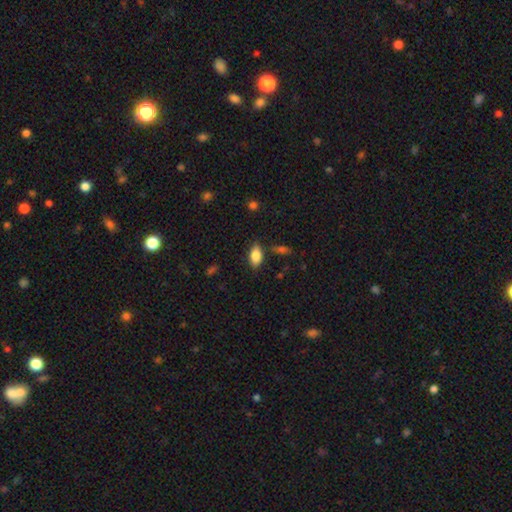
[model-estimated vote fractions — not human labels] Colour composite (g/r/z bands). It shows a smooth galaxy with no disk features (82%) that is in between round and cigar-shaped (90%). Merging: none (77%).